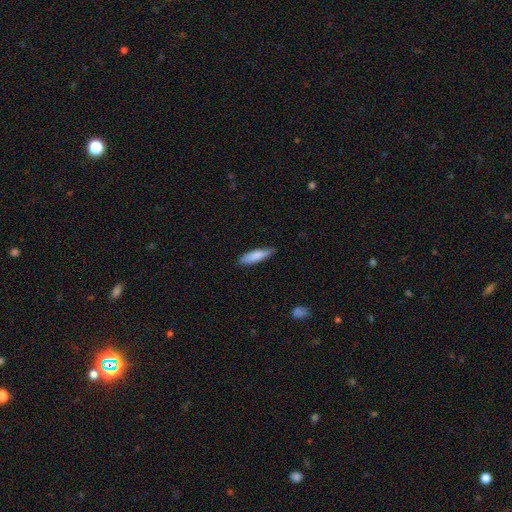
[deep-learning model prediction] A smooth galaxy with no disk features (82%) that is cigar-shaped (67%). Merging: none (75%).